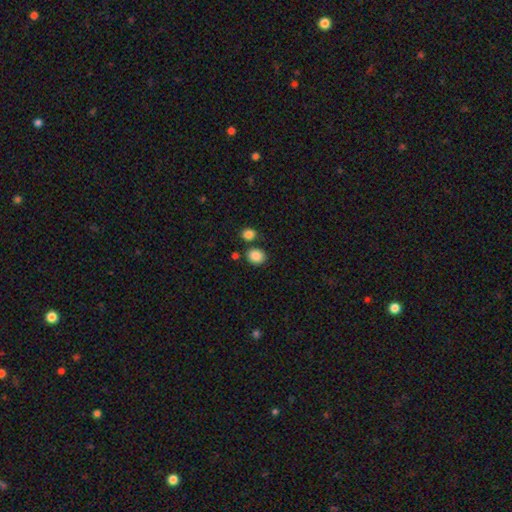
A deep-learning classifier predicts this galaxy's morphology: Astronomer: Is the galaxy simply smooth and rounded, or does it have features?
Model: smooth — 87%.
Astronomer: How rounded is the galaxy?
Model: round — 64%.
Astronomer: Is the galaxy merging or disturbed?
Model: none — 74%.